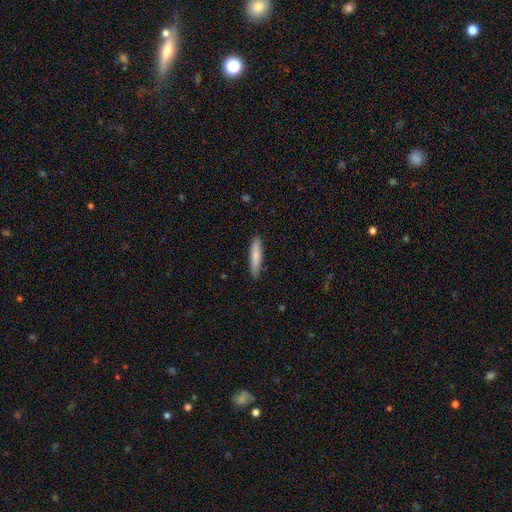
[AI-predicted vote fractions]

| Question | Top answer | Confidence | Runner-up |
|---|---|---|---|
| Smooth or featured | smooth | 79% | featured or disk (15%) |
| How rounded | cigar-shaped | 88% | in between (10%) |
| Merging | none | 85% | minor disturbance (12%) |